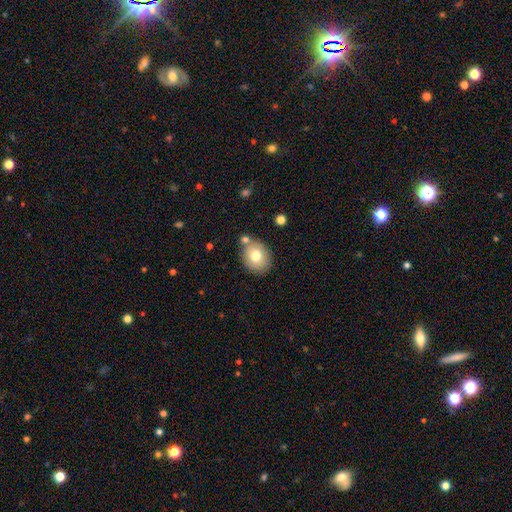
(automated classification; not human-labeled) smooth-or-featured: smooth: 74% | featured or disk: 17% | star or artifact: 9%
  how-rounded: round: 55% | in between: 44% | cigar-shaped: 1%
  merging: none: 70% | minor disturbance: 13% | merger: 13% | major disturbance: 3%